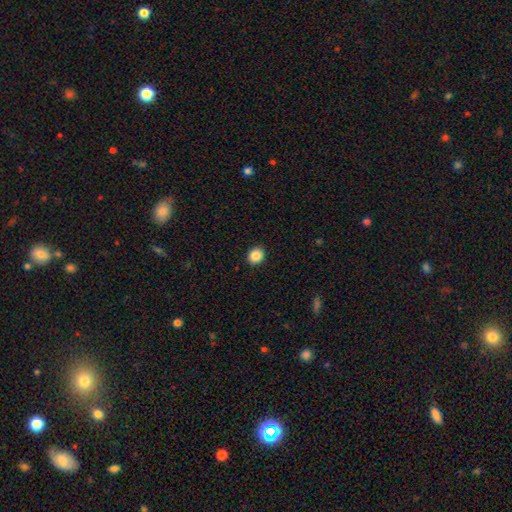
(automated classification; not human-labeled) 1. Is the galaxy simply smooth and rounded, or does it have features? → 87% smooth, 9% star or artifact, 3% featured or disk.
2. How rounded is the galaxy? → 78% round, 21% in between, 1% cigar-shaped.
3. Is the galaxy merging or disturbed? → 92% none, 6% minor disturbance, 2% major disturbance, 1% merger.